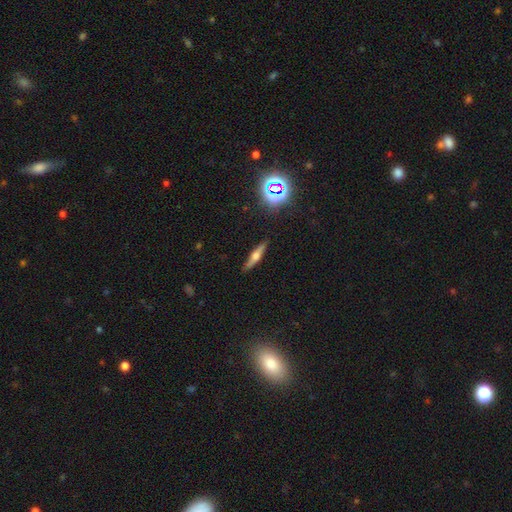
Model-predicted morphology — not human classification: featured or disk 51%, smooth 38%, star or artifact 11%. Down the decision tree: edge-on disk — yes (93%); merging — none (87%).